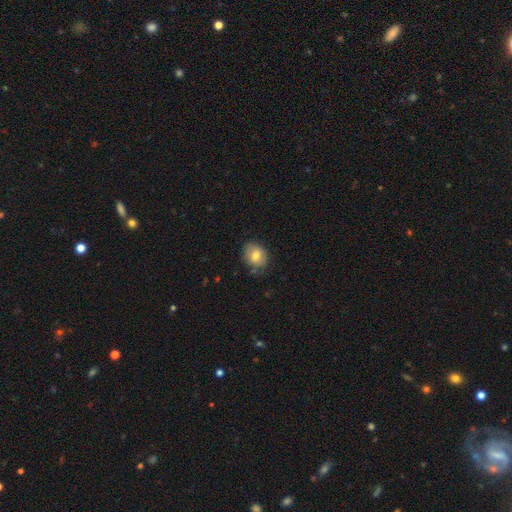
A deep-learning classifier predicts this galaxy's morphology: smooth-or-featured: smooth: 76% | featured or disk: 15% | star or artifact: 9%
  how-rounded: in between: 52% | round: 47% | cigar-shaped: 1%
  merging: none: 74% | minor disturbance: 20% | major disturbance: 4% | merger: 2%